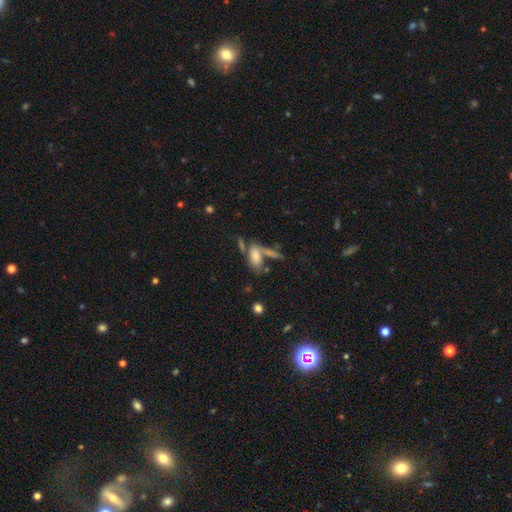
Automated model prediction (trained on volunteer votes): A smooth galaxy with no disk features (70%) that is in between round and cigar-shaped (84%). Merging: none (37%).